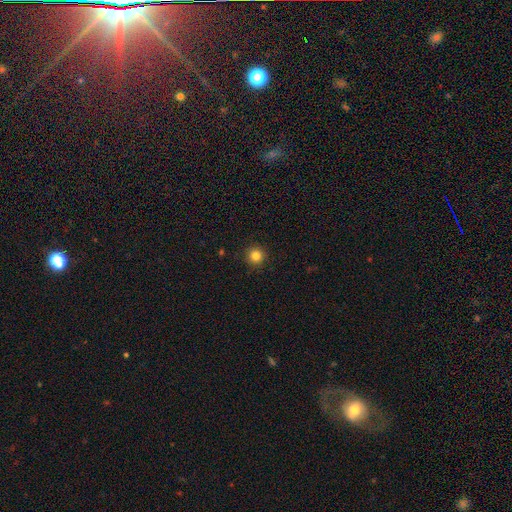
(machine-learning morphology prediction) A smooth galaxy with no disk features (84%) that is round (96%).

Vote fractions:
- Smooth or featured? smooth: 84% / star or artifact: 12% / featured or disk: 5%
- How rounded? round: 96% / in between: 4% / cigar-shaped: 1%
- Merging? none: 92% / minor disturbance: 5% / major disturbance: 2% / merger: 1%